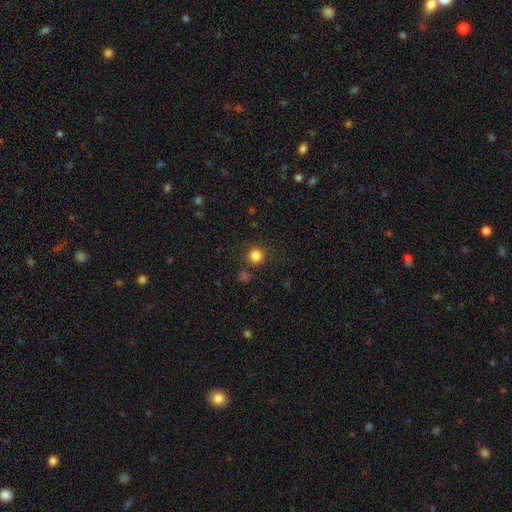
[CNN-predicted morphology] Smooth or featured? Predicted: smooth (p=0.83). How rounded? Predicted: round (p=0.94). Merging? Predicted: none (p=0.85).